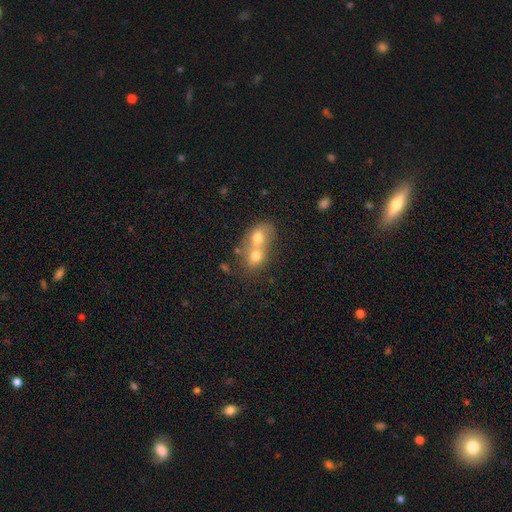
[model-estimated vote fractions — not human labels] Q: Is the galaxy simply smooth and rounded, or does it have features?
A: smooth — 67%.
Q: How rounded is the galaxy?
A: in between — 56%.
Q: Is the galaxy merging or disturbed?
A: merger — 77%.